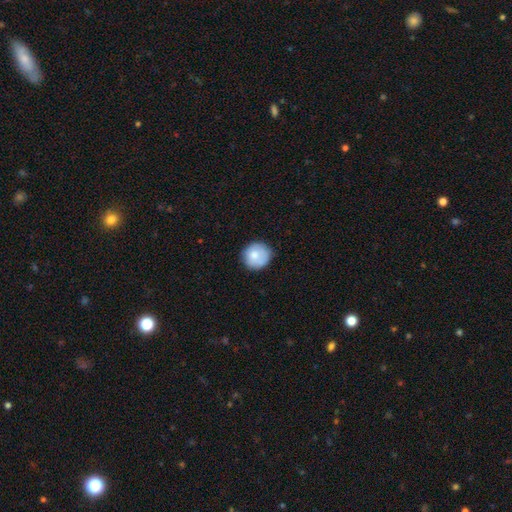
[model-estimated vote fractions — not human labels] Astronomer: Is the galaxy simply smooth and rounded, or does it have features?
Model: smooth — 79%.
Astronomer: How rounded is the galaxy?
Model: round — 90%.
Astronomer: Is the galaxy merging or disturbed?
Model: none — 81%.